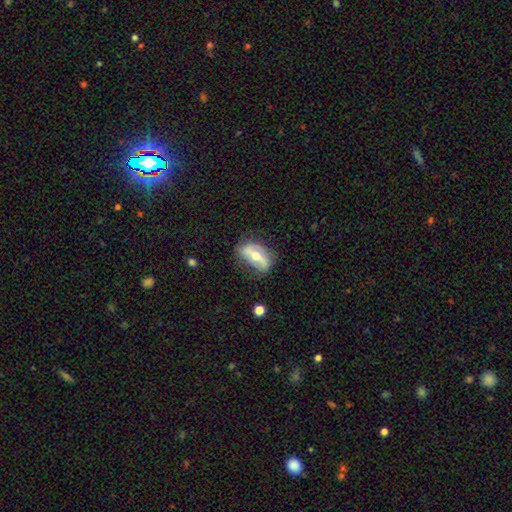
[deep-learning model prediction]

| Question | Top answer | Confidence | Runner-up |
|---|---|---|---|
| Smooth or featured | featured or disk | 56% | smooth (37%) |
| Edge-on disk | no | 84% | yes (16%) |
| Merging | none | 63% | minor disturbance (25%) |